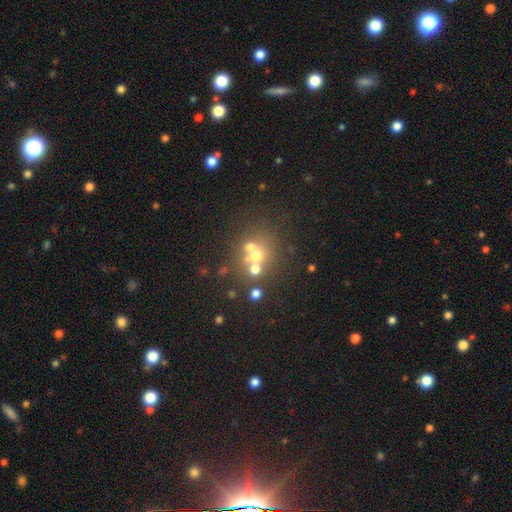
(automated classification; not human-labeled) Q: Smooth or featured?
A: smooth (51%); runner-up: featured or disk (27%)
Q: How rounded?
A: round (80%); runner-up: in between (19%)
Q: Merging?
A: none (43%); tied with: merger (43%)